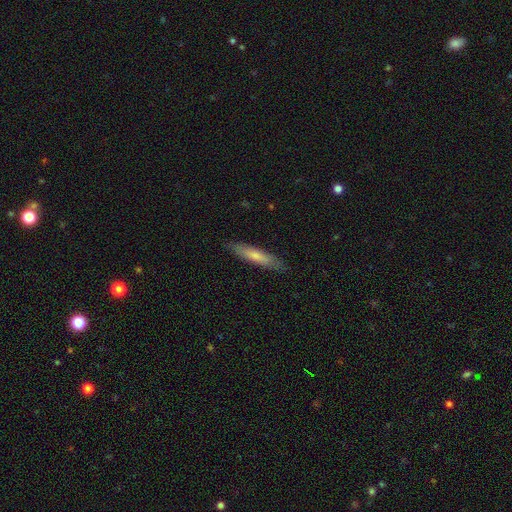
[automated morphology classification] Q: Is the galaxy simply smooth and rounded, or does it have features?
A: smooth — 68%.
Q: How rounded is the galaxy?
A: cigar-shaped — 85%.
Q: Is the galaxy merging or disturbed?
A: none — 86%.